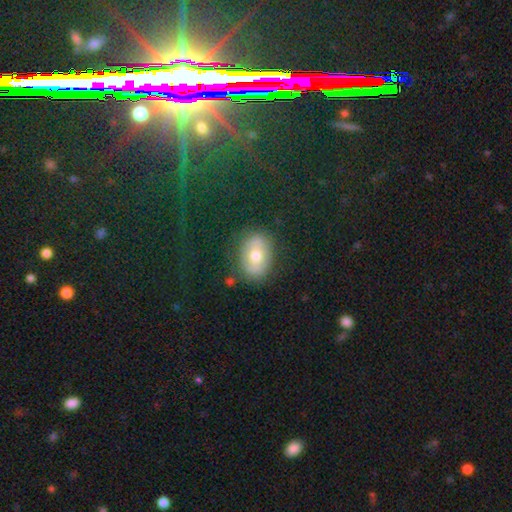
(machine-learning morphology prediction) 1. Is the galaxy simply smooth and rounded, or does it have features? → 59% smooth, 31% featured or disk, 10% star or artifact.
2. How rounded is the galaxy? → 77% in between, 22% round, 1% cigar-shaped.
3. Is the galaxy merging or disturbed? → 82% none, 12% minor disturbance, 4% major disturbance, 2% merger.